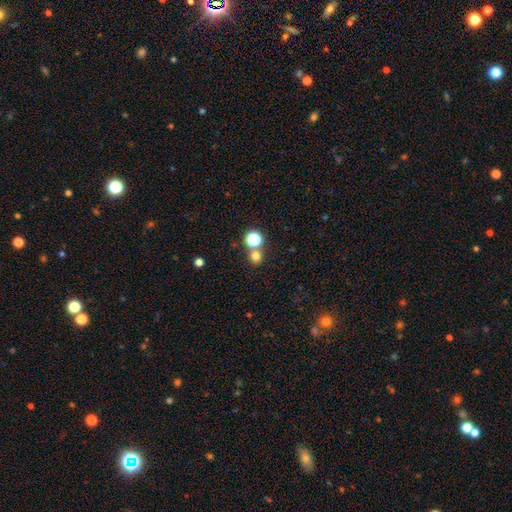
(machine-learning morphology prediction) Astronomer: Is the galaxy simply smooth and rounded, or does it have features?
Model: smooth — 72%.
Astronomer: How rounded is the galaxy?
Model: round — 90%.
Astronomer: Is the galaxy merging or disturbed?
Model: none — 69%.